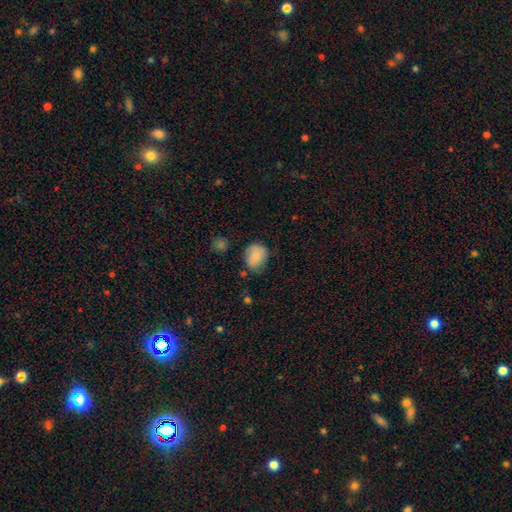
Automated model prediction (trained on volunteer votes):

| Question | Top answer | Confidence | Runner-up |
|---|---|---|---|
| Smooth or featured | smooth | 78% | featured or disk (14%) |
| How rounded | round | 51% | in between (48%) |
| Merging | none | 57% | minor disturbance (32%) |